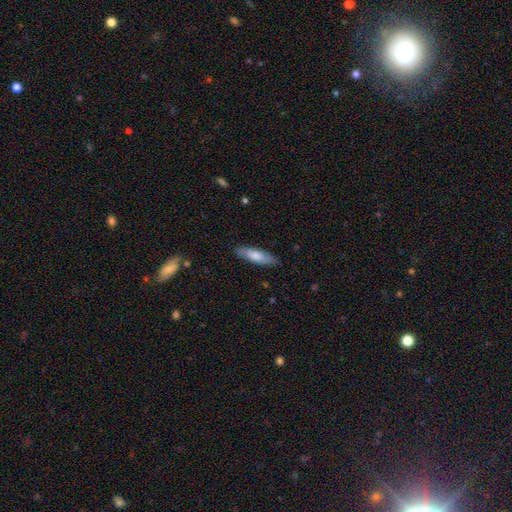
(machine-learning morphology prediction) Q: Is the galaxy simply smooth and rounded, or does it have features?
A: smooth — 72%.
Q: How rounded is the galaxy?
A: cigar-shaped — 58%.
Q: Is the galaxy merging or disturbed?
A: none — 85%.